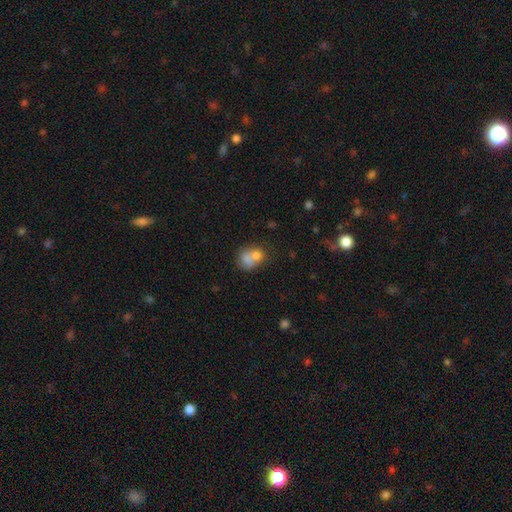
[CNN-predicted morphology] Smooth or featured? smooth (73%)
How rounded? round (50%)
Merging? merger (60%)